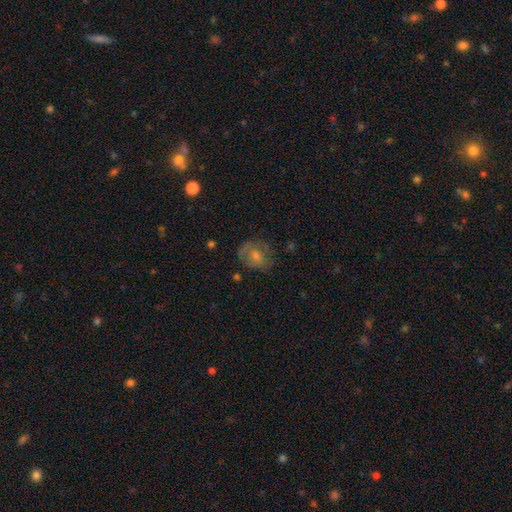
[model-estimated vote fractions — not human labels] A smooth galaxy with no disk features (43%). Merging: none (67%).